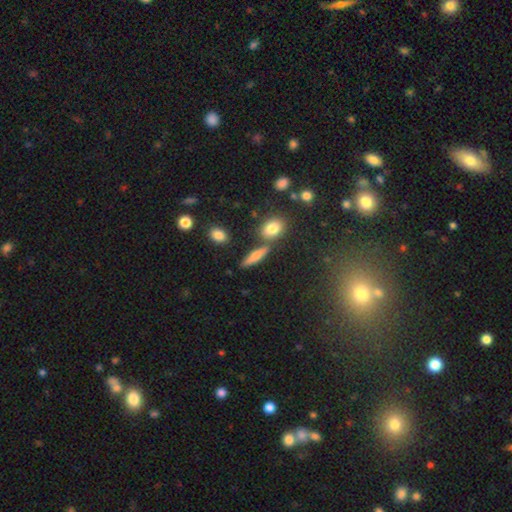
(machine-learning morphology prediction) Smooth or featured?
  - smooth: 62% *
  - featured or disk: 27%
  - star or artifact: 11%
How rounded?
  - cigar-shaped: 63% *
  - in between: 29%
  - round: 7%
Merging?
  - none: 77% *
  - minor disturbance: 11%
  - merger: 10%
  - major disturbance: 3%